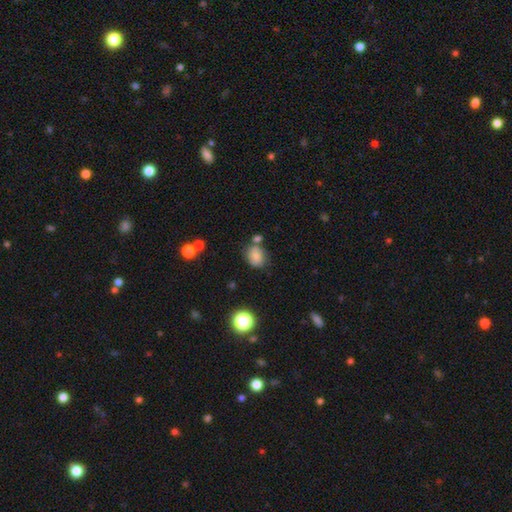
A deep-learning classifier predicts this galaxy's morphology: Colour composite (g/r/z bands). It shows a smooth galaxy with no disk features (77%) that is in between round and cigar-shaped (52%). Merging: none (61%).